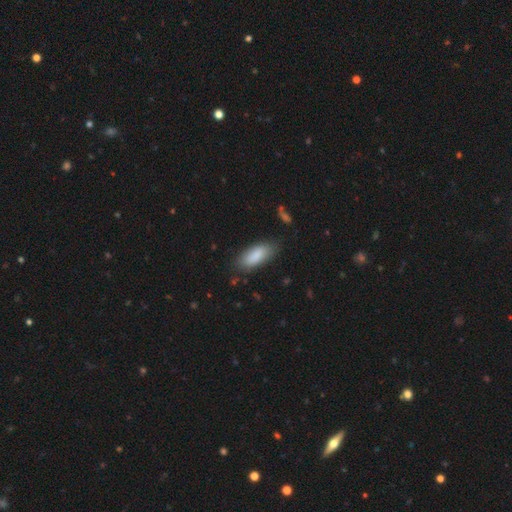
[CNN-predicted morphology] Smooth or featured? Predicted: smooth (p=0.86). How rounded? Predicted: in between (p=0.80). Merging? Predicted: none (p=0.78).